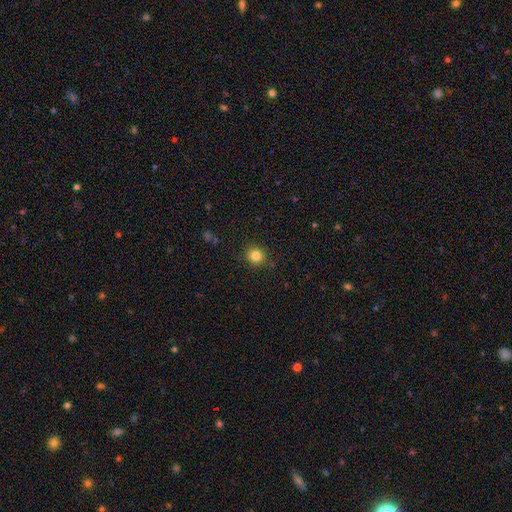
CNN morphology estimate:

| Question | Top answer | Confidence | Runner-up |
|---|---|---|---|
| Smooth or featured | smooth | 83% | star or artifact (12%) |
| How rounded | round | 92% | in between (7%) |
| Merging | none | 89% | minor disturbance (7%) |